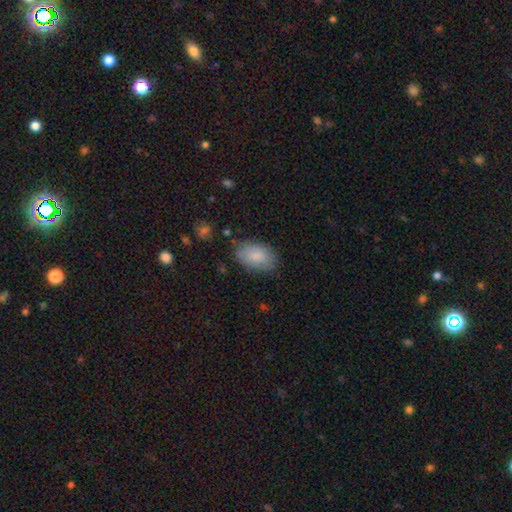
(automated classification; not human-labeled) This is clearly a smooth galaxy (84%). How rounded: clearly in between (92%). Merging: clearly none (81%).